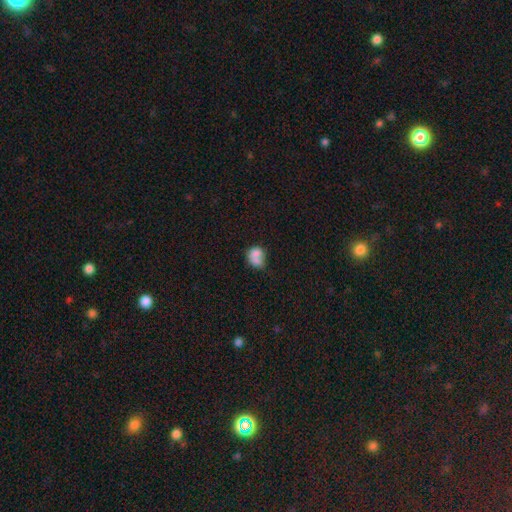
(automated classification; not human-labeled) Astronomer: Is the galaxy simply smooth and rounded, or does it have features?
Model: smooth — 73%.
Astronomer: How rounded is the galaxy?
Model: round — 56% (runner-up: in between, 43%).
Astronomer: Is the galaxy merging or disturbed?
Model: merger — 52%.